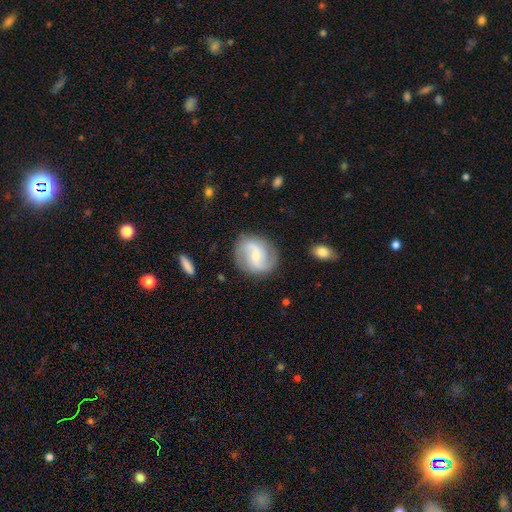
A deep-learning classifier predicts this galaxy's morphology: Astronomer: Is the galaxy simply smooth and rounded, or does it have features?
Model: featured or disk — 79%.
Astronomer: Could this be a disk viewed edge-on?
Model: no — 98%.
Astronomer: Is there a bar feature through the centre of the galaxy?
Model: weak — 44% (runner-up: no, 40%).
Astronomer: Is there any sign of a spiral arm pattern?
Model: yes — 94%.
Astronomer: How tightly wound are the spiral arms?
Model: loose — 48% (runner-up: medium, 39%).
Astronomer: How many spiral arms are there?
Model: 2 — 91%.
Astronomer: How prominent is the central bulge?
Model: small — 59% (runner-up: moderate, 36%).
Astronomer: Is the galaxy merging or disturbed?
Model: none — 83%.